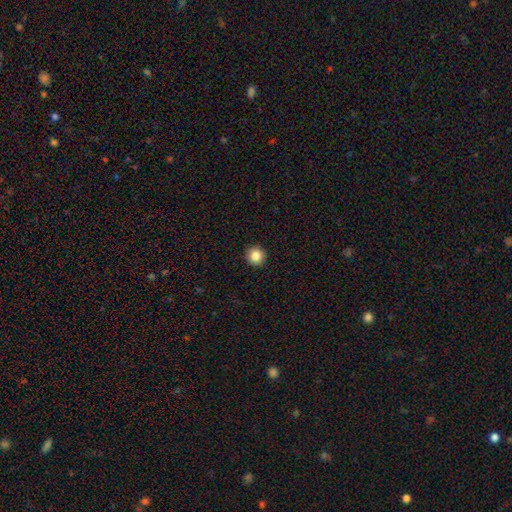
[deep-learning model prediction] This is clearly a smooth galaxy (85%). How rounded: clearly round (95%). Merging: clearly none (93%).